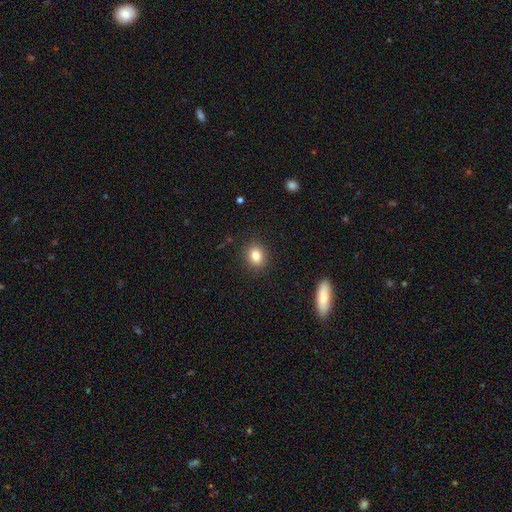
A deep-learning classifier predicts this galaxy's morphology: Q: Smooth or featured?
A: smooth (83%); runner-up: star or artifact (10%)
Q: How rounded?
A: round (58%); runner-up: in between (41%)
Q: Merging?
A: none (89%); runner-up: minor disturbance (7%)